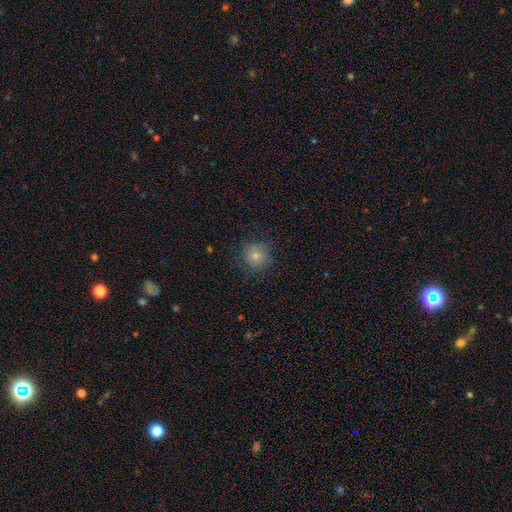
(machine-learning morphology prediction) smooth 78%, star or artifact 11%, featured or disk 11%. Down the decision tree: how rounded — round (91%); merging — none (80%).